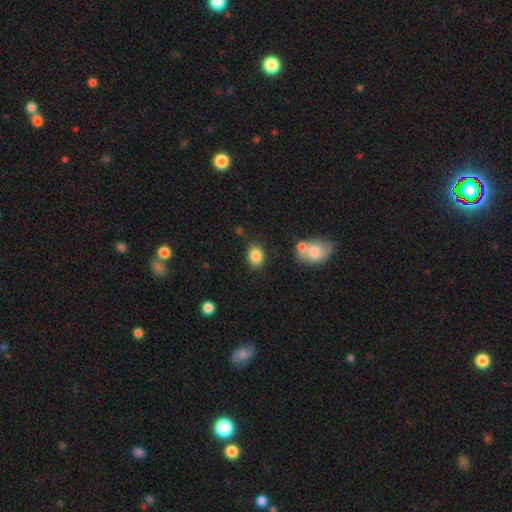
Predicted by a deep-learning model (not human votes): Smooth or featured? smooth (86%)
How rounded? in between (67%)
Merging? none (81%)